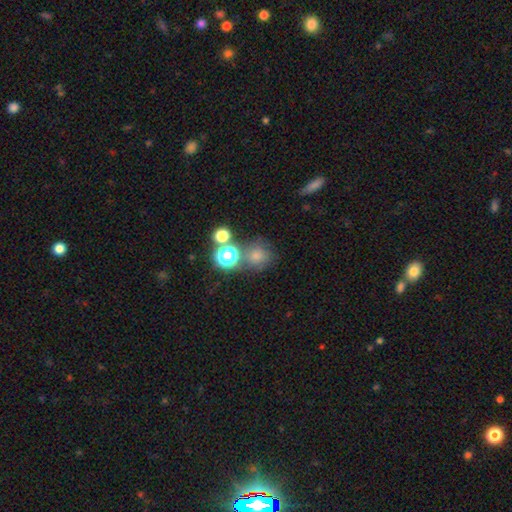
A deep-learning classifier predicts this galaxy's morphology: Smooth or featured: smooth — 70% (star or artifact — 21%)
How rounded: round — 87% (in between — 12%)
Merging: none — 61% (merger — 21%)